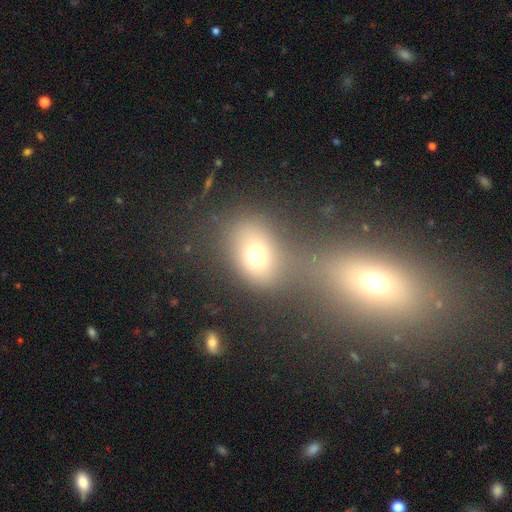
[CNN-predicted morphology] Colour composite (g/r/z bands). It shows a smooth galaxy with no disk features (69%) that is in between round and cigar-shaped (63%). Merging: none (54%).